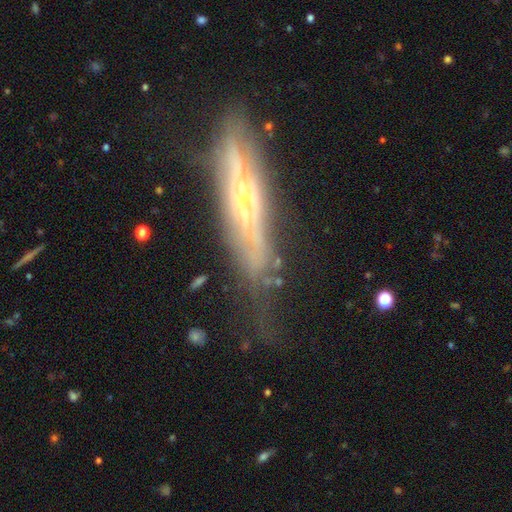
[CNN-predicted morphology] smooth_or_featured: featured or disk (p=0.72) [alt: smooth p=0.18]
disk_edge_on: yes (p=0.85) [alt: no p=0.15]
edge_on_bulge: rounded (p=0.53) [alt: none p=0.31]
merging: none (p=0.68) [alt: minor disturbance p=0.20]